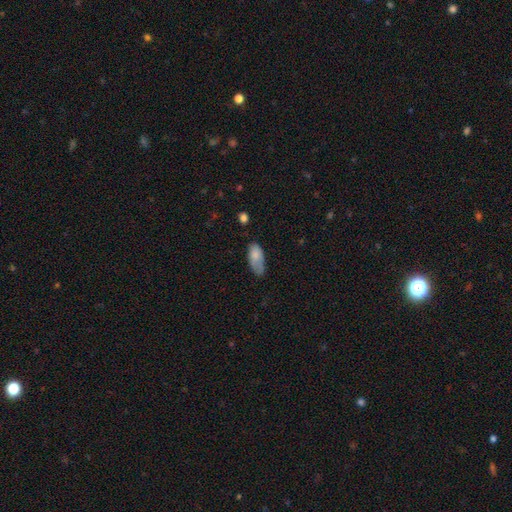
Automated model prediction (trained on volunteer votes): Smooth or featured: smooth — 79% (featured or disk — 14%)
How rounded: in between — 88% (cigar-shaped — 10%)
Merging: none — 45% (minor disturbance — 38%)